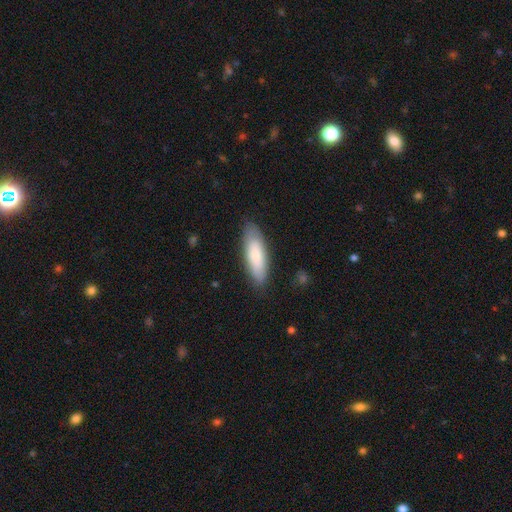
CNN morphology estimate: A smooth galaxy with no disk features (78%) that is in between round and cigar-shaped (55%).

Vote fractions:
- Smooth or featured? smooth: 78% / featured or disk: 16% / star or artifact: 5%
- How rounded? in between: 55% / cigar-shaped: 44% / round: 2%
- Merging? none: 84% / minor disturbance: 12% / major disturbance: 3% / merger: 1%